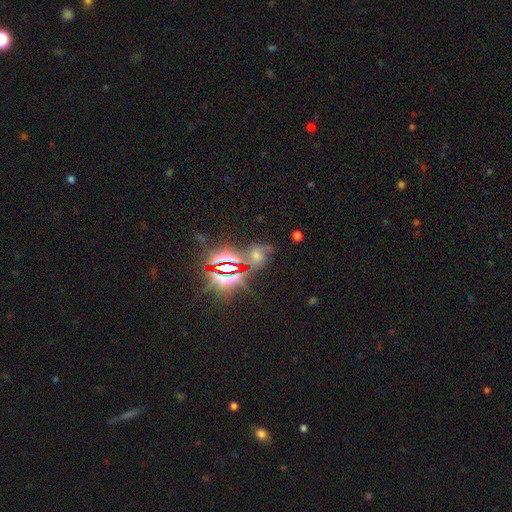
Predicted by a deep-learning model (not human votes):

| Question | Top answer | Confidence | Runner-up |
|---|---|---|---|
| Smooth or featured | star or artifact | 70% | smooth (17%) |